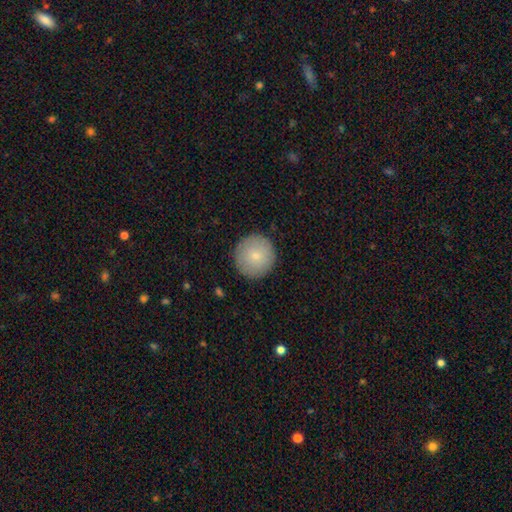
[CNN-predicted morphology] Smooth or featured?
  - smooth: 79% *
  - featured or disk: 14%
  - star or artifact: 7%
How rounded?
  - round: 96% *
  - in between: 3%
  - cigar-shaped: 1%
Merging?
  - none: 90% *
  - minor disturbance: 7%
  - major disturbance: 2%
  - merger: 1%